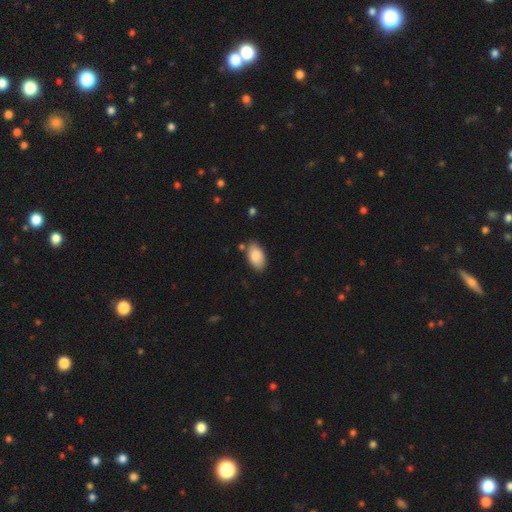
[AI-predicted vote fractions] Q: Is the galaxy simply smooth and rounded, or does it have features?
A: smooth — 86%.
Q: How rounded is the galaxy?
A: in between — 94%.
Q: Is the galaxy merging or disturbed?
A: none — 78%.